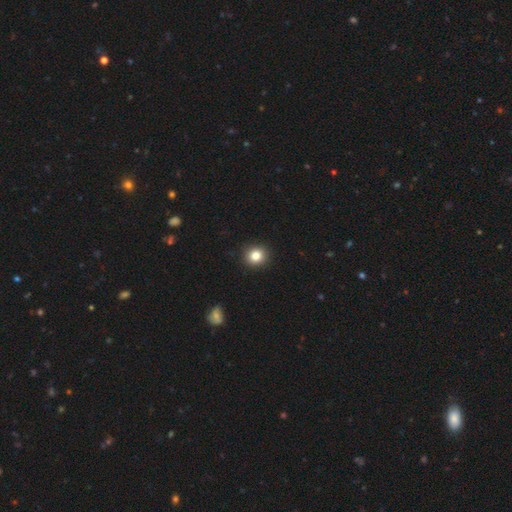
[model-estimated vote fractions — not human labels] The model was most divided on "how rounded": round: 86%, in between: 14%, cigar-shaped: 1%. More confident: merging — none (92%); smooth or featured — smooth (84%).